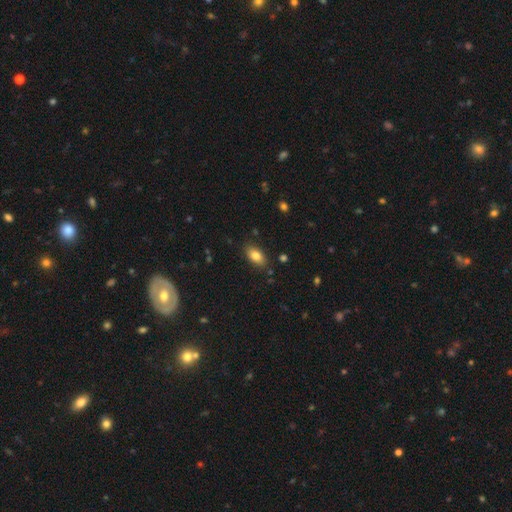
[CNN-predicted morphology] smooth 81%, featured or disk 10%, star or artifact 9%. Down the decision tree: how rounded — in between (90%); merging — none (84%).